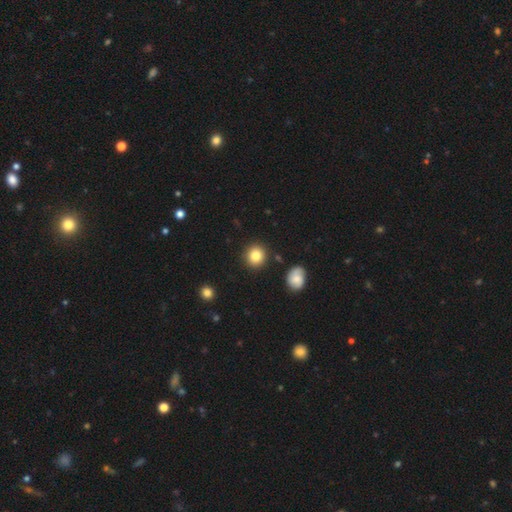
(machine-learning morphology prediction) type=smooth (84%); roundness=round (89%); merging=none (89%).